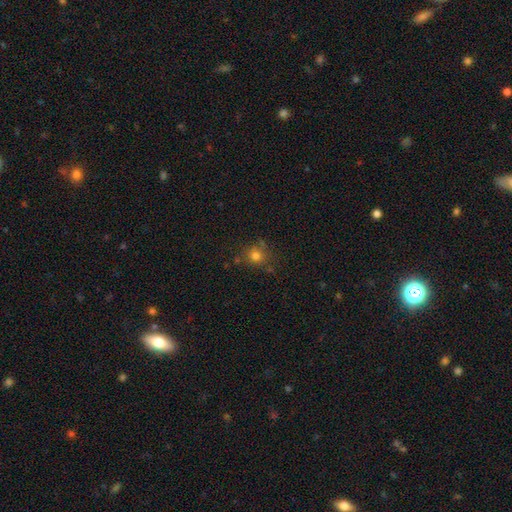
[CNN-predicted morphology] The model was most divided on "merging": none: 72%, minor disturbance: 14%, merger: 8%, major disturbance: 5%. More confident: how rounded — round (87%); smooth or featured — smooth (76%).